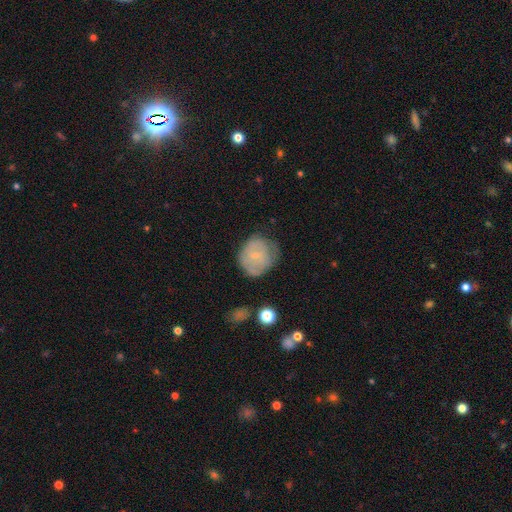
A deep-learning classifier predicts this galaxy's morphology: type=smooth (54%); roundness=round (75%); merging=none (55%).